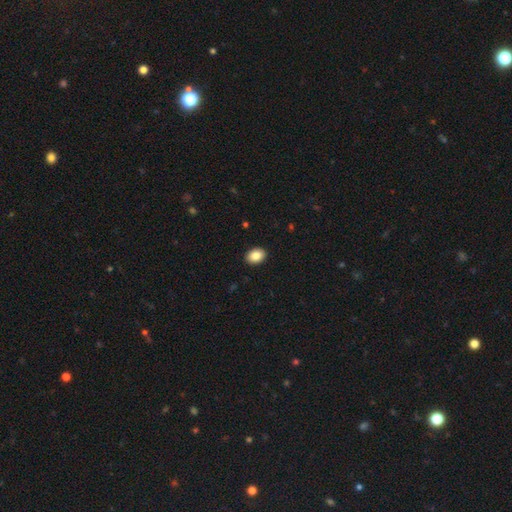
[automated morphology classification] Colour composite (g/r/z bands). It shows a smooth galaxy with no disk features (86%) that is in between round and cigar-shaped (76%). Merging: none (92%).